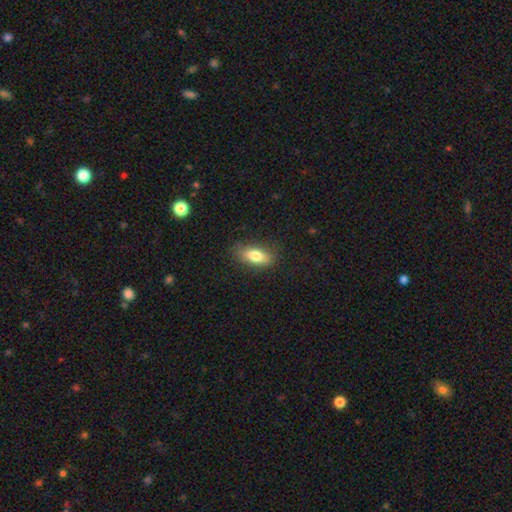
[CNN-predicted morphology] Smooth or featured? smooth (79%)
How rounded? in between (82%)
Merging? none (84%)